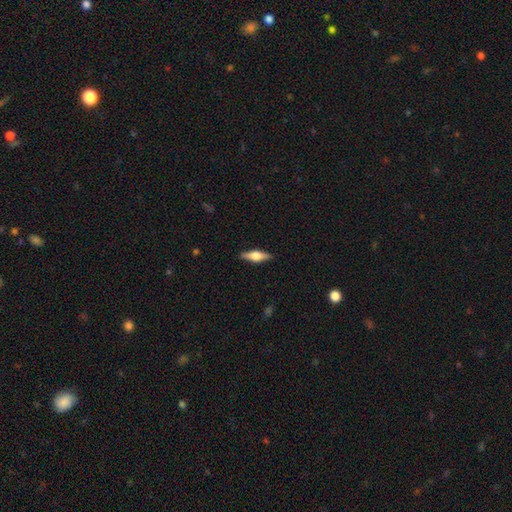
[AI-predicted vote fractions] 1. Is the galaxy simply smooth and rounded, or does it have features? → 52% featured or disk, 42% smooth, 6% star or artifact.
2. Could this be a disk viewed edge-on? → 94% yes, 6% no.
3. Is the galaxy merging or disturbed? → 88% none, 9% minor disturbance, 2% major disturbance, 1% merger.